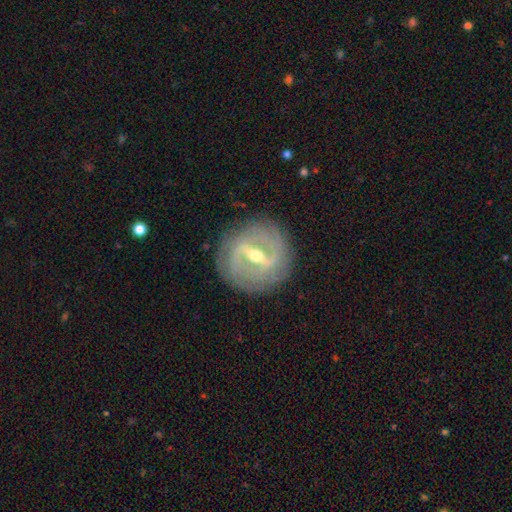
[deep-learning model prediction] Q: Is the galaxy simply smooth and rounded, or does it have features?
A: featured or disk — 86%.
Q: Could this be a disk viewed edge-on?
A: no — 89%.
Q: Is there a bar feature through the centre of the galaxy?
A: strong — 71%.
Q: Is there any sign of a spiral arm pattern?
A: yes — 79%.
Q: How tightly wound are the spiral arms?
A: tight — 59%.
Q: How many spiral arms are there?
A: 2 — 44%.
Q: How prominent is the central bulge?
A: moderate — 62%.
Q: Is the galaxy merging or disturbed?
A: none — 84%.